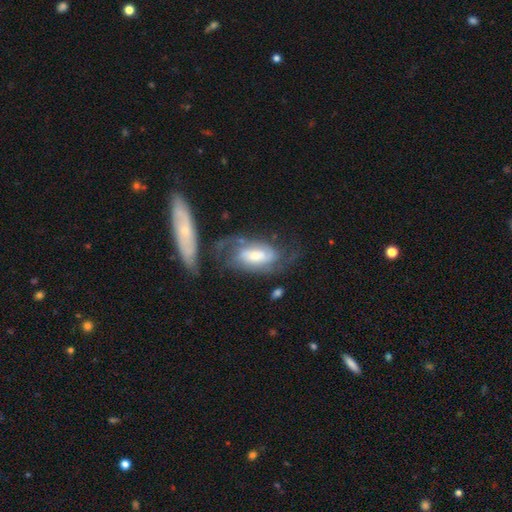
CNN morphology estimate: Smooth or featured?
  - featured or disk: 77% *
  - smooth: 18%
  - star or artifact: 6%
Edge-on disk?
  - no: 93% *
  - yes: 7%
Bar?
  - no: 44% *
  - weak: 40%
  - strong: 16%
Spiral arms?
  - yes: 92% *
  - no: 8%
Spiral winding?
  - tight: 42% *
  - medium: 40%
  - loose: 17%
Spiral arm count?
  - 2: 54% *
  - can't tell: 26%
  - 3: 9%
  - 1: 6%
  - 4: 3%
  - more than 4: 2%
Bulge size?
  - moderate: 51% *
  - small: 33%
  - large: 12%
  - none: 2%
  - dominant: 2%
Merging?
  - none: 45% *
  - major disturbance: 23%
  - minor disturbance: 20%
  - merger: 12%